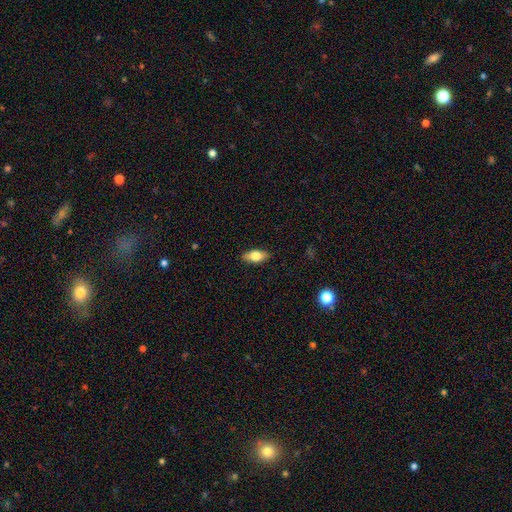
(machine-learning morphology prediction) Smooth or featured?
  - smooth: 70% *
  - featured or disk: 23%
  - star or artifact: 7%
How rounded?
  - in between: 83% *
  - cigar-shaped: 14%
  - round: 4%
Merging?
  - none: 88% *
  - minor disturbance: 9%
  - major disturbance: 2%
  - merger: 1%